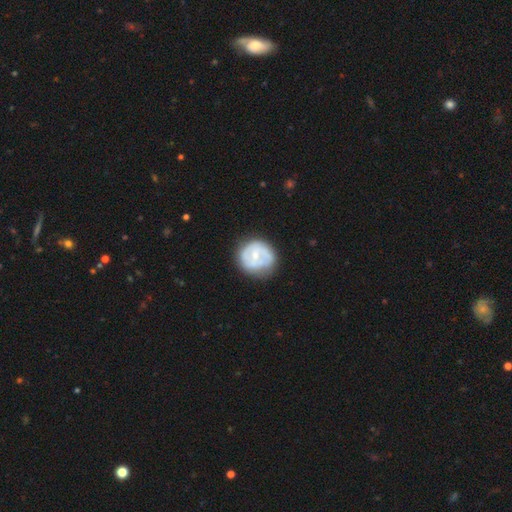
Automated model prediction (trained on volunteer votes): smooth-or-featured: featured or disk: 54% | smooth: 41% | star or artifact: 6%
  disk-edge-on: no: 98% | yes: 2%
    bar: no: 59% | weak: 33% | strong: 8%
    has-spiral-arms: yes: 51% | no: 49%
    bulge-size: small: 52% | moderate: 39% | none: 6% | large: 2% | dominant: 1%
  merging: none: 62% | minor disturbance: 25% | major disturbance: 11% | merger: 2%